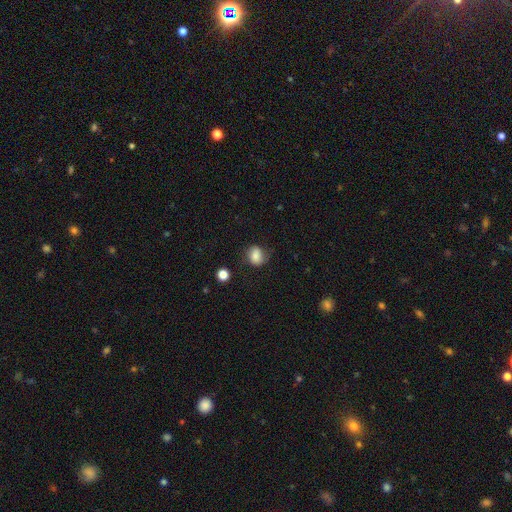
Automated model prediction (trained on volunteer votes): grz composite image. It shows a smooth galaxy with no disk features (77%) that is round (52%). Merging: none (64%).